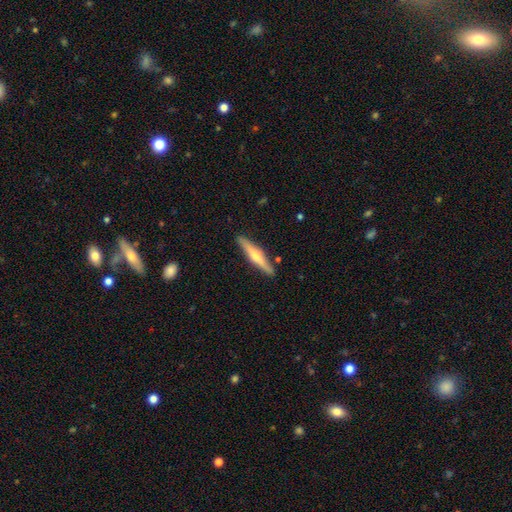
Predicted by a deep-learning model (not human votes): This is likely a featured or disk galaxy (61%). It is clearly viewed edge-on (96%). Edge-on bulge: clearly rounded (87%). Merging: clearly none (89%).